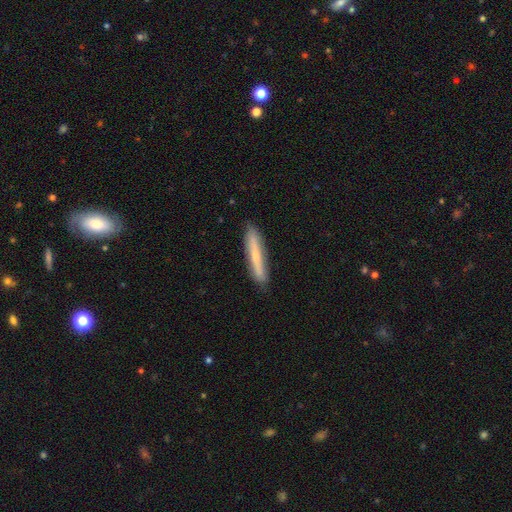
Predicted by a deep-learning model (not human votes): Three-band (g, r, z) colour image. It shows a smooth galaxy with no disk features (53%) that is cigar-shaped (91%). Merging: none (87%).